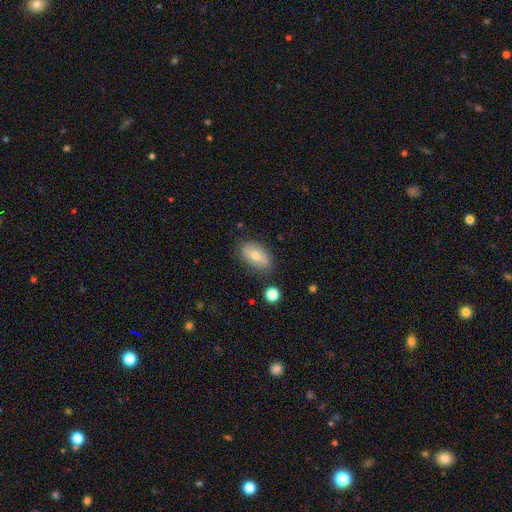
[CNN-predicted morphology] The model was most divided on "smooth or featured": smooth: 70%, featured or disk: 22%, star or artifact: 7%. More confident: how rounded — in between (91%); merging — none (79%).